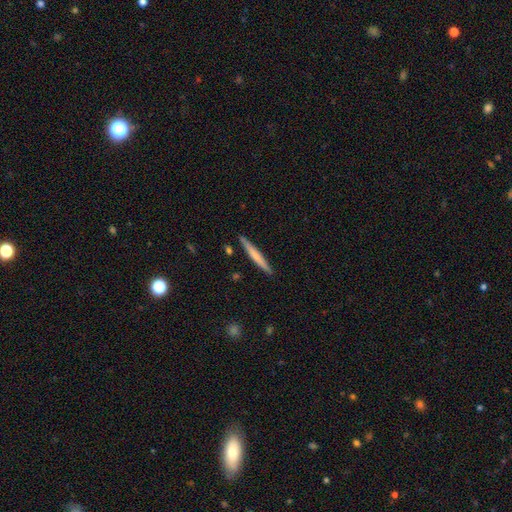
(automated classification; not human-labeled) Q: Smooth or featured?
A: smooth (57%); runner-up: featured or disk (38%)
Q: How rounded?
A: cigar-shaped (96%); runner-up: in between (3%)
Q: Merging?
A: none (90%); runner-up: minor disturbance (7%)